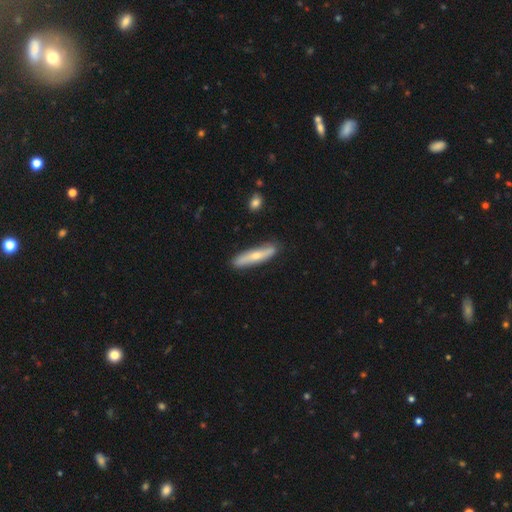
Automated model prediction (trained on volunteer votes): Overall: smooth (49%; featured or disk 46%). Merging: none (86%).